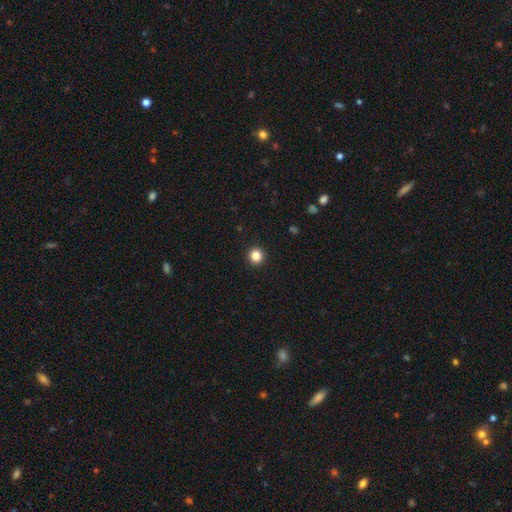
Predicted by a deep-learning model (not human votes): smooth 84%, star or artifact 12%, featured or disk 4%. Down the decision tree: how rounded — round (95%); merging — none (94%).